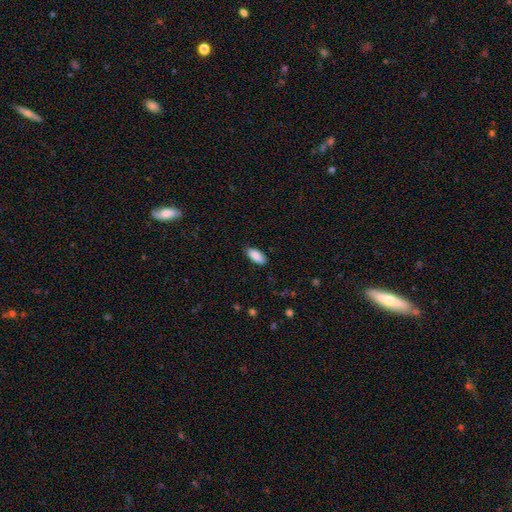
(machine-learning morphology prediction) Smooth or featured: smooth — 89% (star or artifact — 6%)
How rounded: in between — 87% (cigar-shaped — 11%)
Merging: none — 84% (minor disturbance — 13%)